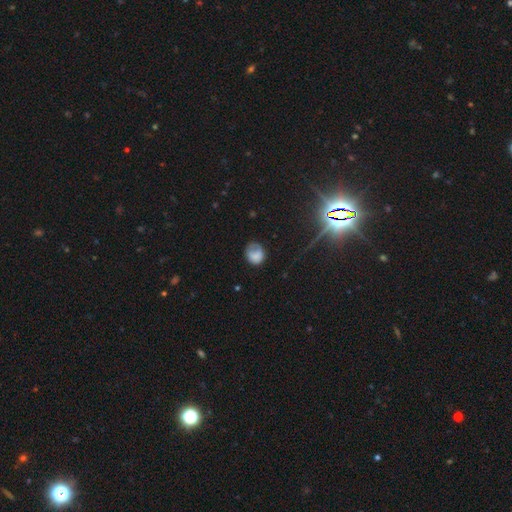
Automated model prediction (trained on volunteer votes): Smooth or featured: smooth — 73% (featured or disk — 15%)
How rounded: round — 66% (in between — 33%)
Merging: none — 52% (minor disturbance — 30%)